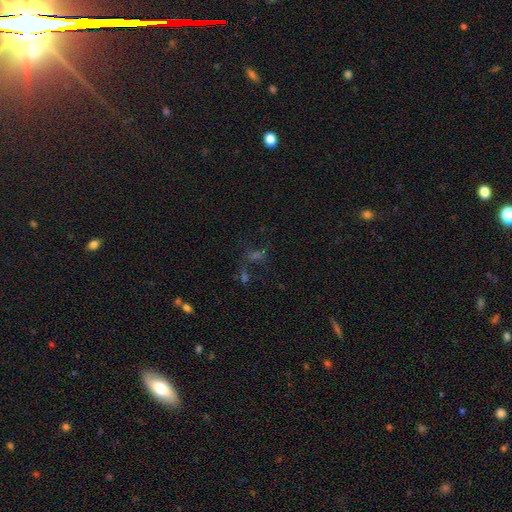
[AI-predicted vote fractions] smooth-or-featured: star or artifact: 50% | smooth: 30% | featured or disk: 20%